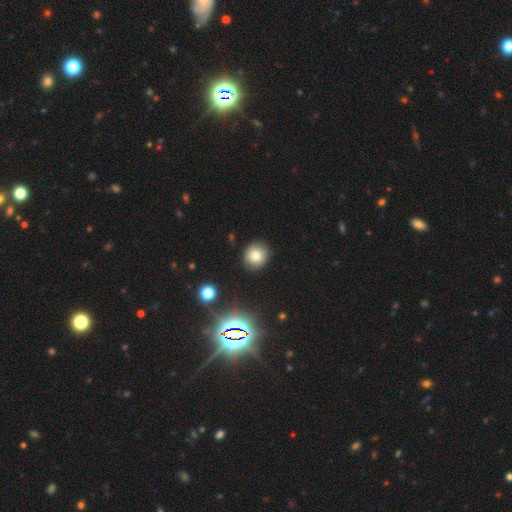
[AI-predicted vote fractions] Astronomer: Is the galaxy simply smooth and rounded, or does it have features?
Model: smooth — 76%.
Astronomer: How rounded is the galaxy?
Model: round — 91%.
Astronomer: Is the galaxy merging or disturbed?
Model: none — 88%.